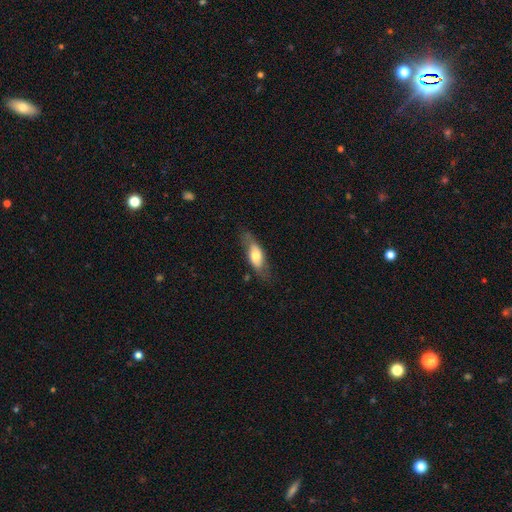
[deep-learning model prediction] smooth-or-featured: smooth: 60% | featured or disk: 34% | star or artifact: 6%
  how-rounded: in between: 70% | cigar-shaped: 26% | round: 4%
  merging: none: 67% | minor disturbance: 23% | major disturbance: 9% | merger: 2%